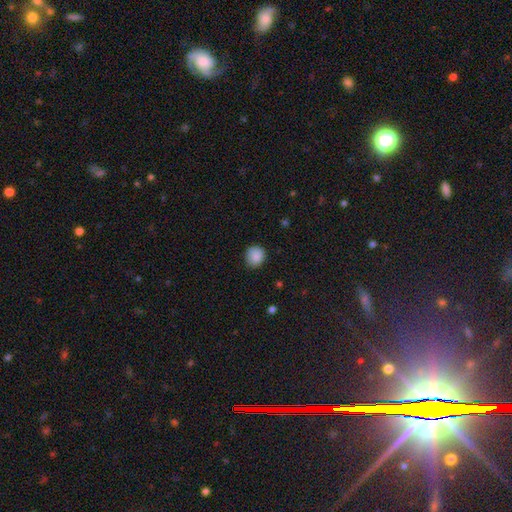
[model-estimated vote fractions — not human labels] The model was most divided on "how rounded": round: 86%, in between: 13%, cigar-shaped: 1%. More confident: smooth or featured — smooth (88%); merging — none (85%).